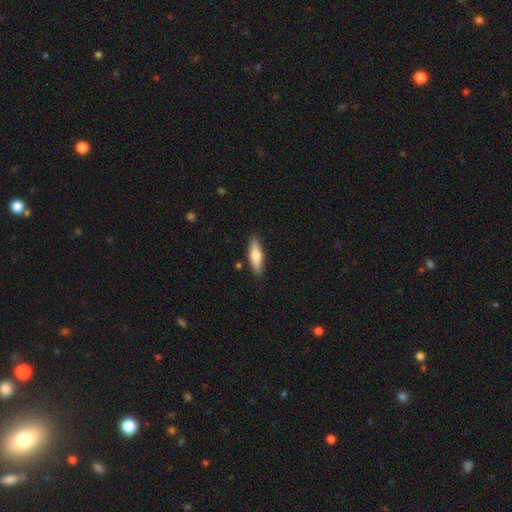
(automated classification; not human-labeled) smooth-or-featured: smooth: 66% | featured or disk: 28% | star or artifact: 6%
  how-rounded: cigar-shaped: 54% | in between: 44% | round: 2%
  merging: none: 86% | minor disturbance: 10% | major disturbance: 2% | merger: 2%